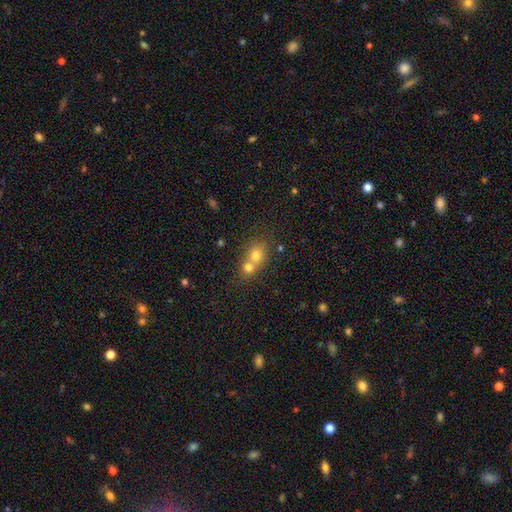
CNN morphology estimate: Smooth or featured?
  - smooth: 71% *
  - featured or disk: 15%
  - star or artifact: 15%
How rounded?
  - round: 71% *
  - in between: 28%
  - cigar-shaped: 1%
Merging?
  - merger: 62% *
  - none: 30%
  - minor disturbance: 5%
  - major disturbance: 2%